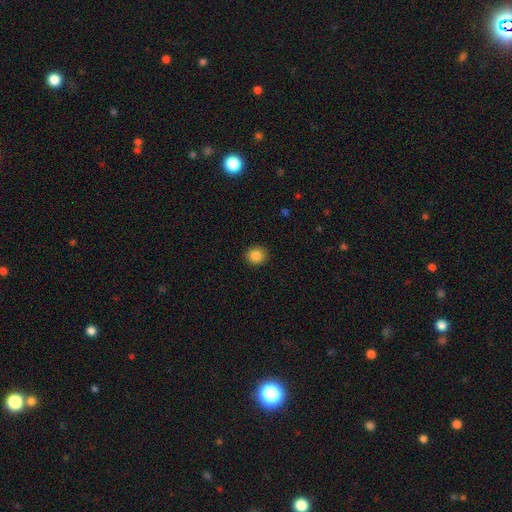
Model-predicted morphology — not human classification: smooth-or-featured: smooth: 86% | star or artifact: 10% | featured or disk: 5%
  how-rounded: round: 82% | in between: 17% | cigar-shaped: 1%
  merging: none: 91% | minor disturbance: 7% | major disturbance: 2% | merger: 1%